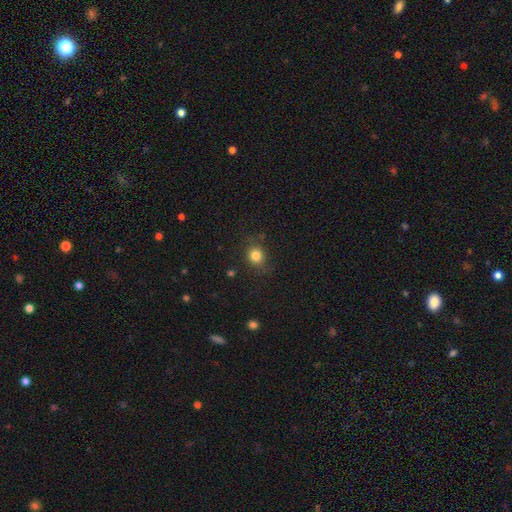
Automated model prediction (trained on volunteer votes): Q: Smooth or featured?
A: smooth (83%); runner-up: star or artifact (12%)
Q: How rounded?
A: round (80%); runner-up: in between (19%)
Q: Merging?
A: none (81%); runner-up: minor disturbance (13%)